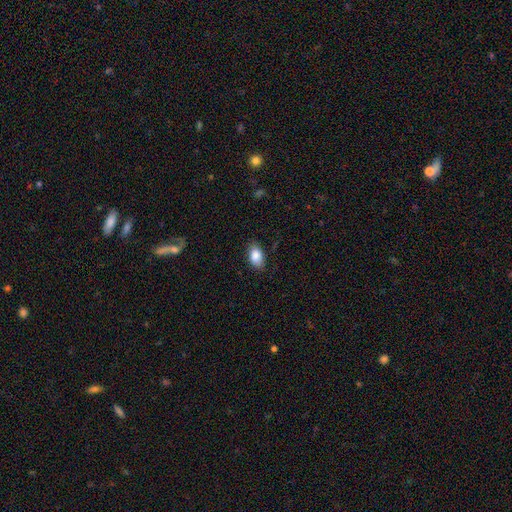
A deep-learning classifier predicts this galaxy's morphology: Smooth or featured? smooth (87%)
How rounded? in between (92%)
Merging? none (80%)